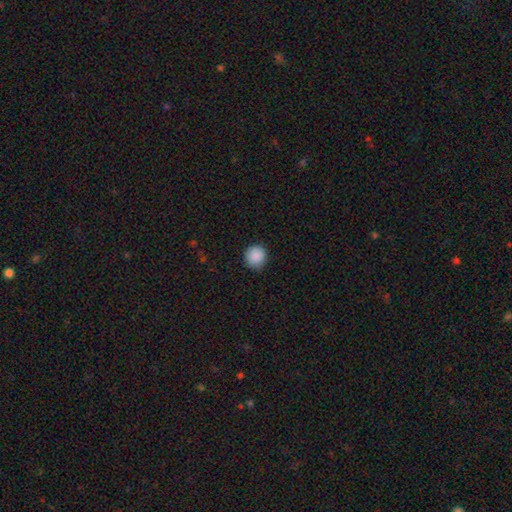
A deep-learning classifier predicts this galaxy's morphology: A smooth galaxy with no disk features (89%) that is round (94%).

Vote fractions:
- Smooth or featured? smooth: 89% / star or artifact: 9% / featured or disk: 3%
- How rounded? round: 94% / in between: 5% / cigar-shaped: 1%
- Merging? none: 88% / minor disturbance: 9% / major disturbance: 2% / merger: 1%